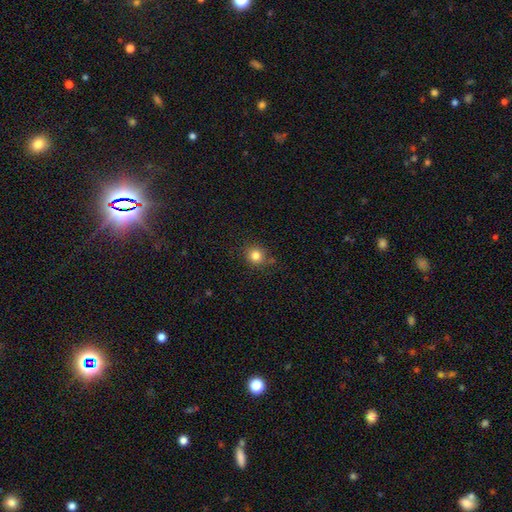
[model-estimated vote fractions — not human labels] The model was most divided on "merging": none: 79%, minor disturbance: 15%, major disturbance: 3%, merger: 3%. More confident: how rounded — round (85%); smooth or featured — smooth (83%).